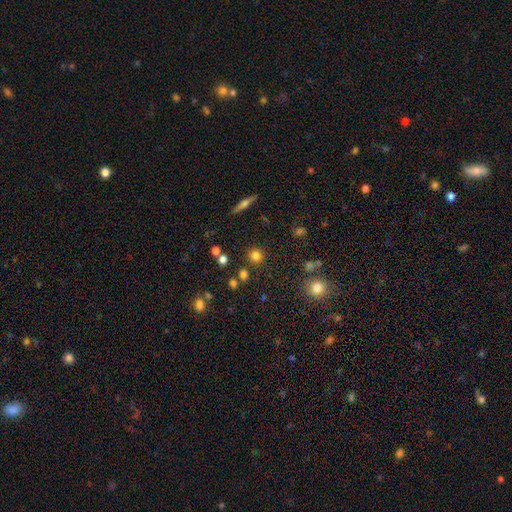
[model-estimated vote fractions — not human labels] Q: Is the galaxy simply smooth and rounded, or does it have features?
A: smooth — 78%.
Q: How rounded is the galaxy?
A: round — 92%.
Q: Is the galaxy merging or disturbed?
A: none — 86%.